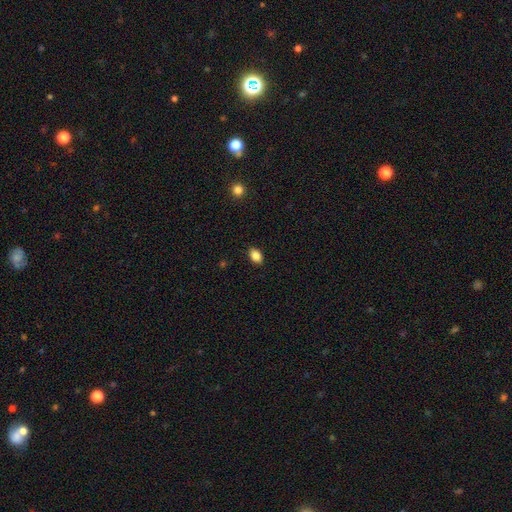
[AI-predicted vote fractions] Overall: smooth (86%). How rounded: in between (83%). Merging: none (88%).